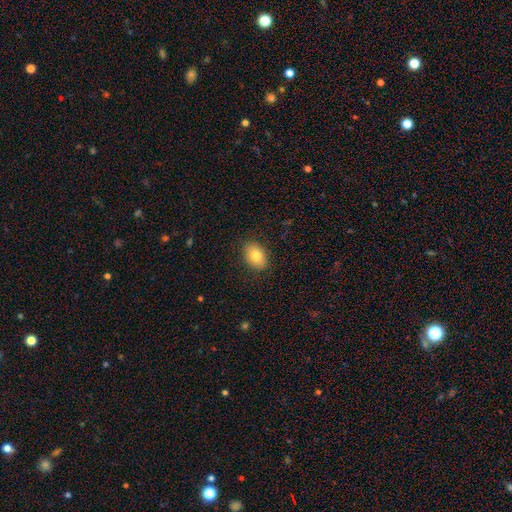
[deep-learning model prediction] A smooth galaxy with no disk features (82%) that is in between round and cigar-shaped (77%). Merging: none (88%).